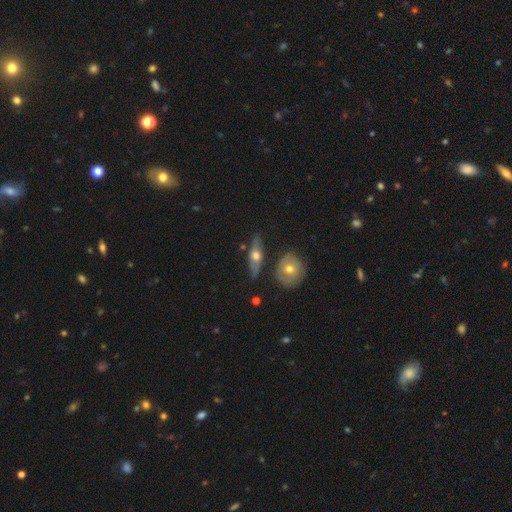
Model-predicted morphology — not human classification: smooth_or_featured: featured or disk (p=0.58) [alt: smooth p=0.36]
disk_edge_on: yes (p=0.72) [alt: no p=0.28]
merging: none (p=0.74) [alt: minor disturbance p=0.16]